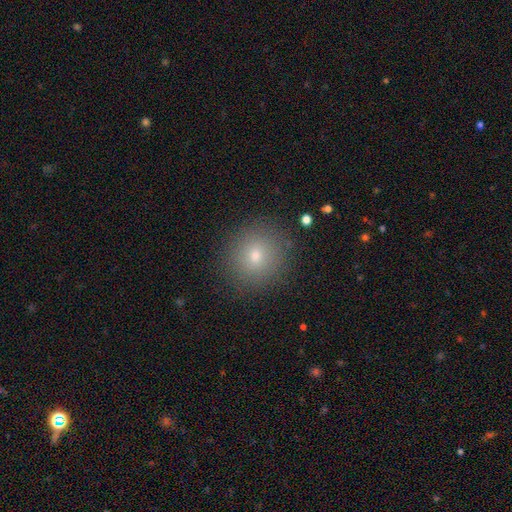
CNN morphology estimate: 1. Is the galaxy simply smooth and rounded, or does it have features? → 73% smooth, 14% star or artifact, 12% featured or disk.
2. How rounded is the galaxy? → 89% round, 10% in between, 1% cigar-shaped.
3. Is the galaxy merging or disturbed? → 88% none, 8% minor disturbance, 3% major disturbance, 1% merger.